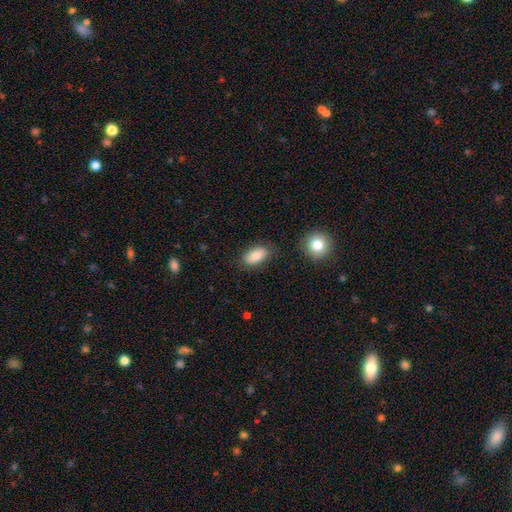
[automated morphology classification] A smooth galaxy with no disk features (81%) that is in between round and cigar-shaped (91%).

Vote fractions:
- Smooth or featured? smooth: 81% / featured or disk: 12% / star or artifact: 7%
- How rounded? in between: 91% / round: 6% / cigar-shaped: 3%
- Merging? none: 78% / minor disturbance: 15% / merger: 4% / major disturbance: 4%